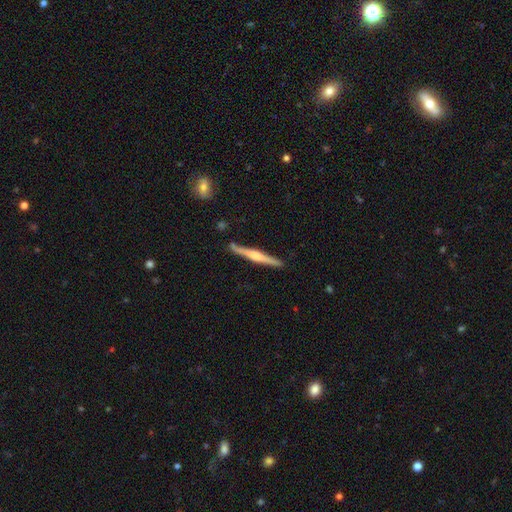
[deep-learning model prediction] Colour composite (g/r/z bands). It shows a featured or disk galaxy (66%) viewed edge-on (98%) with a rounded central bulge (61%). Merging: none (87%).